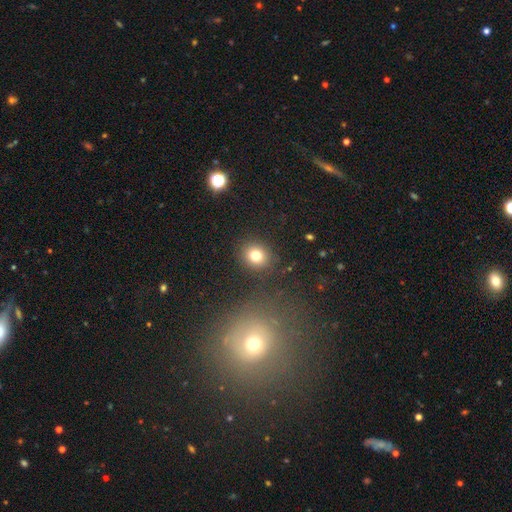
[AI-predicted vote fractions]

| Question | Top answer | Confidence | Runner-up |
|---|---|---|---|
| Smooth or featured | smooth | 79% | star or artifact (13%) |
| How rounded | round | 80% | in between (19%) |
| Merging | none | 88% | minor disturbance (7%) |